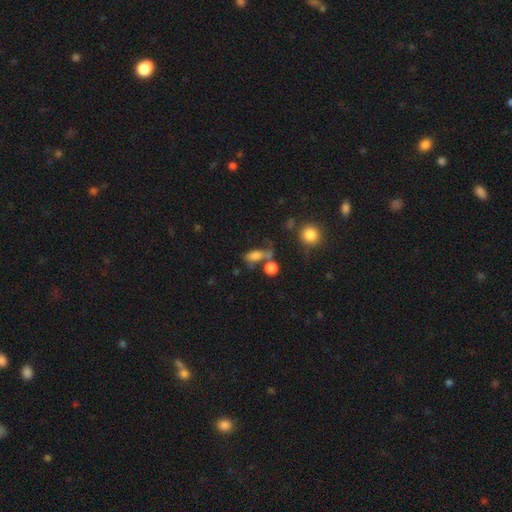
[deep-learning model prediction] Smooth or featured? smooth (72%)
How rounded? in between (75%)
Merging? none (37%)